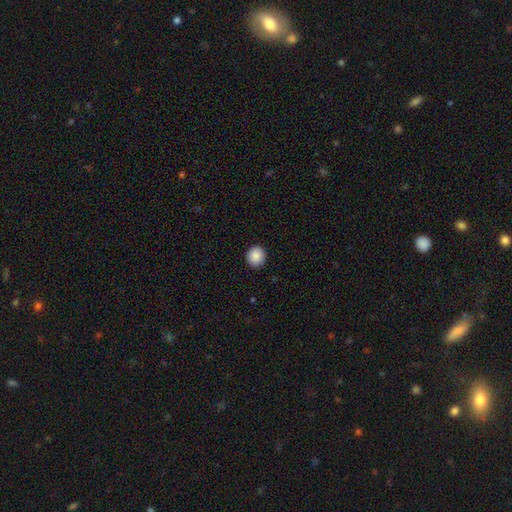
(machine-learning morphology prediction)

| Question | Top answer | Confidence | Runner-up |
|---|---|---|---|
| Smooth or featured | smooth | 88% | star or artifact (8%) |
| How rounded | round | 88% | in between (11%) |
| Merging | none | 91% | minor disturbance (6%) |